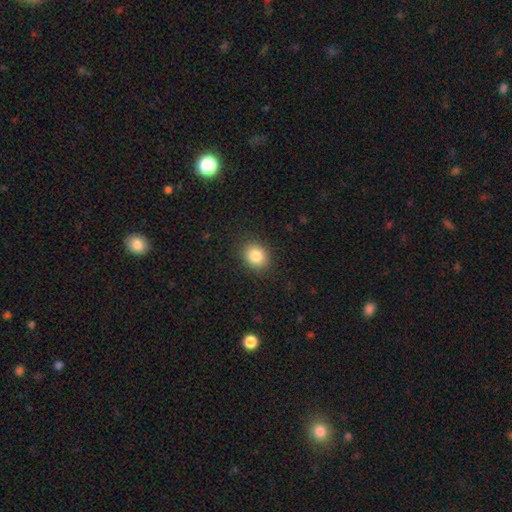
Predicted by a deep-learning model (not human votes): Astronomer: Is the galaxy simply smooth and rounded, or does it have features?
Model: smooth — 84%.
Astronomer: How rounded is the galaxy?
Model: round — 68%.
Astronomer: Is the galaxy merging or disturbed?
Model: none — 88%.